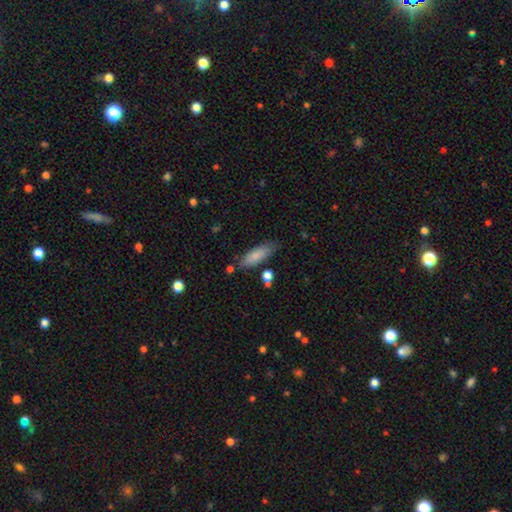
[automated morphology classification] A smooth galaxy with no disk features (82%) that is in between round and cigar-shaped (57%). Merging: none (74%).